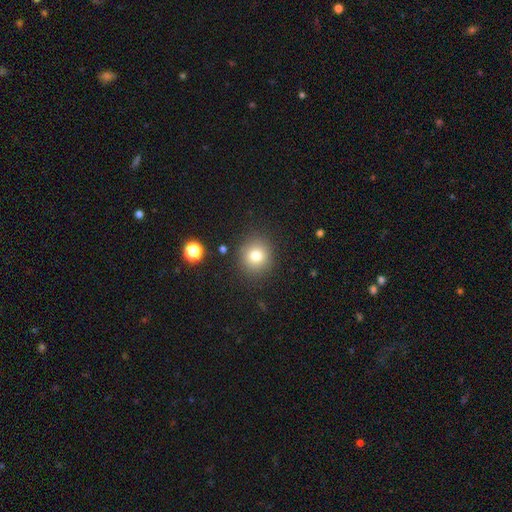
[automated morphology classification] A smooth galaxy with no disk features (79%) that is round (87%).

Vote fractions:
- Smooth or featured? smooth: 79% / star or artifact: 13% / featured or disk: 9%
- How rounded? round: 87% / in between: 12% / cigar-shaped: 1%
- Merging? none: 87% / minor disturbance: 8% / major disturbance: 3% / merger: 2%